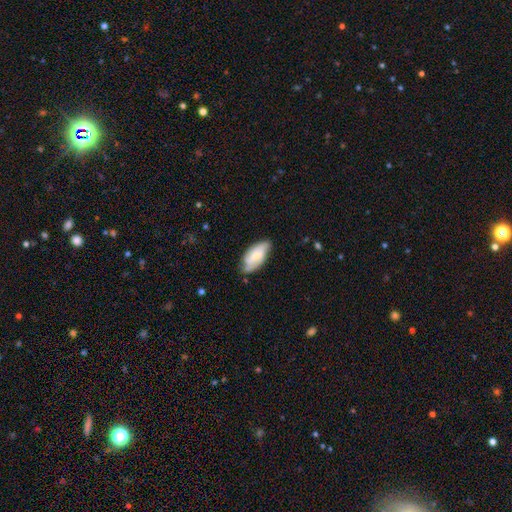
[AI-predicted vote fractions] Q: Smooth or featured?
A: featured or disk (48%); runner-up: smooth (46%)
Q: Merging?
A: none (64%); runner-up: minor disturbance (28%)